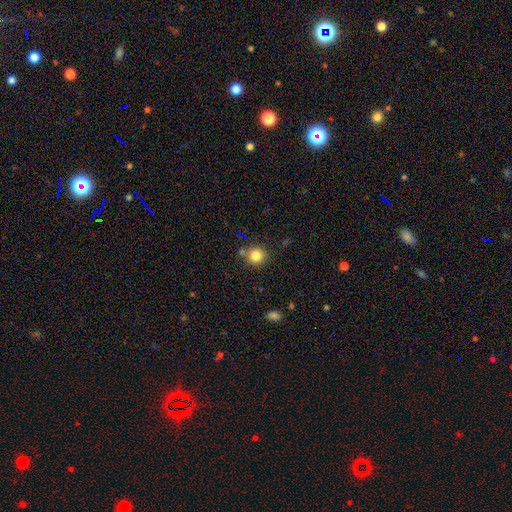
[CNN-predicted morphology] This is clearly a smooth galaxy (82%). How rounded: clearly round (91%). Merging: likely none (77%).